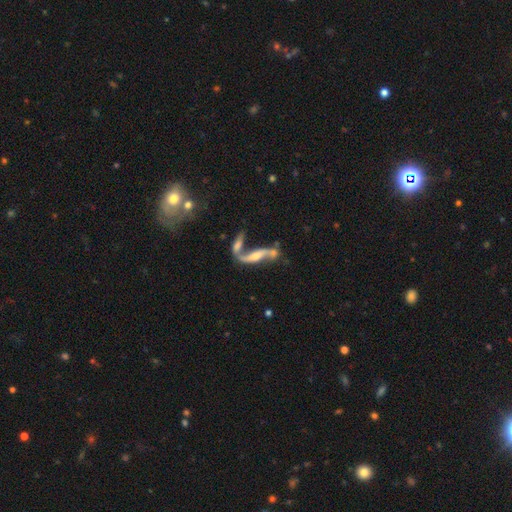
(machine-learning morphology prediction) Smooth or featured: featured or disk — 67% (smooth — 24%)
Edge-on disk: no — 67% (yes — 33%)
Merging: merger — 50% (none — 29%)